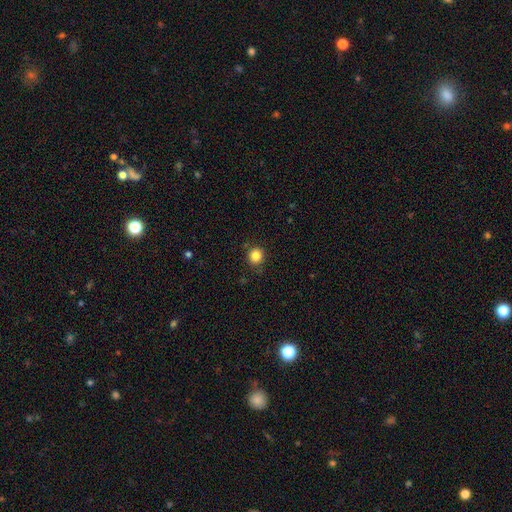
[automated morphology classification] Smooth or featured?
  - smooth: 84% *
  - star or artifact: 11%
  - featured or disk: 5%
How rounded?
  - round: 88% *
  - in between: 11%
  - cigar-shaped: 1%
Merging?
  - none: 86% *
  - minor disturbance: 10%
  - major disturbance: 2%
  - merger: 2%